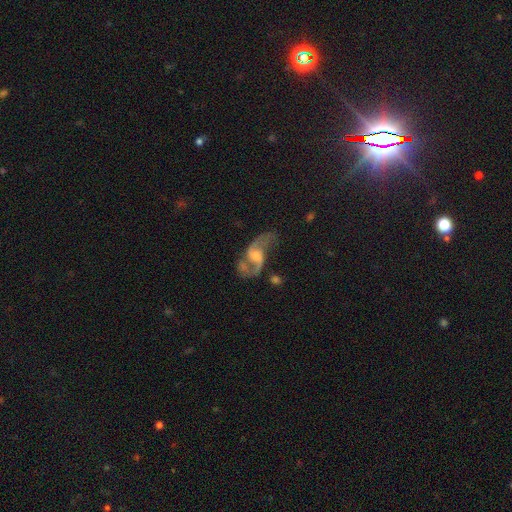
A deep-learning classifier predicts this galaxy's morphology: smooth-or-featured: featured or disk: 86% | smooth: 8% | star or artifact: 6%
  disk-edge-on: no: 97% | yes: 3%
    bar: no: 46% | weak: 44% | strong: 10%
    has-spiral-arms: yes: 94% | no: 6%
      spiral-winding: loose: 66% | medium: 29% | tight: 5%
      spiral-arm-count: 2: 90% | 1: 3% | can't tell: 3% | 3: 1% | 4: 1% | more than 4: 1%
    bulge-size: moderate: 44% | small: 34% | none: 12% | large: 9% | dominant: 2%
  merging: none: 52% | major disturbance: 20% | minor disturbance: 19% | merger: 9%